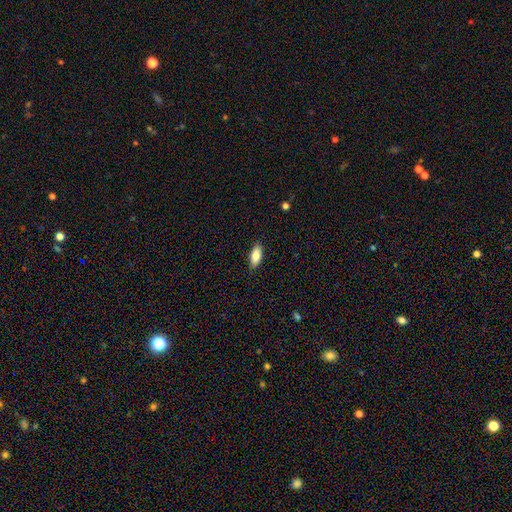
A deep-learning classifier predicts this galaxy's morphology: type=smooth (84%); roundness=in between (86%); merging=none (86%).